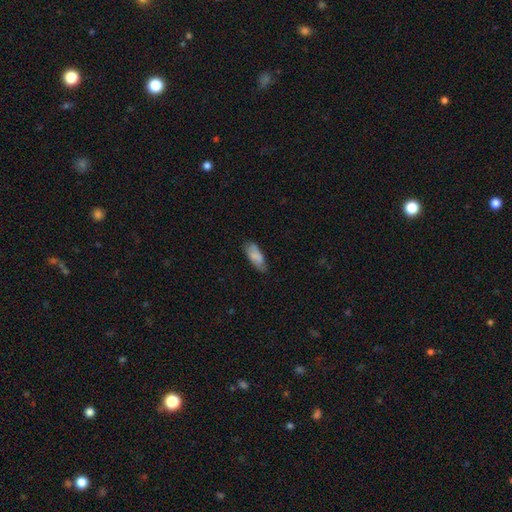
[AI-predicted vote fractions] This appears to be a smooth galaxy with no disk features (77%) that is in between round and cigar-shaped (80%). Merging: none (72%).